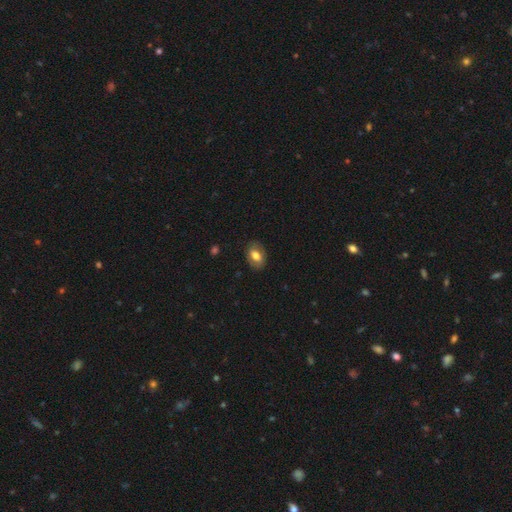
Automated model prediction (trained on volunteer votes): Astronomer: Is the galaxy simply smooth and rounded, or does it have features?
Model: smooth — 66%.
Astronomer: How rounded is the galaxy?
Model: in between — 85%.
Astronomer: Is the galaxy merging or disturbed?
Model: none — 83%.